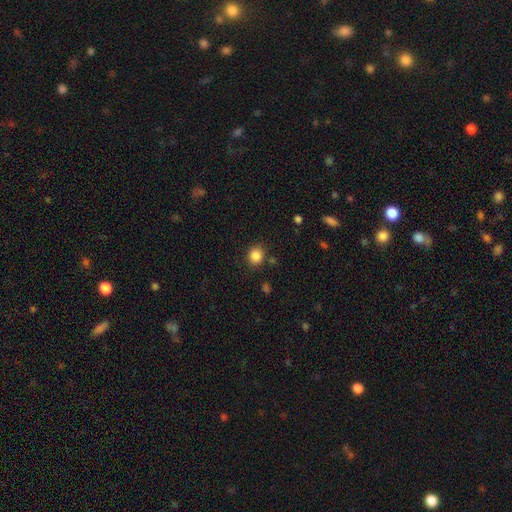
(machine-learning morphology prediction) smooth 85%, star or artifact 11%, featured or disk 4%. Down the decision tree: how rounded — round (78%); merging — none (85%).